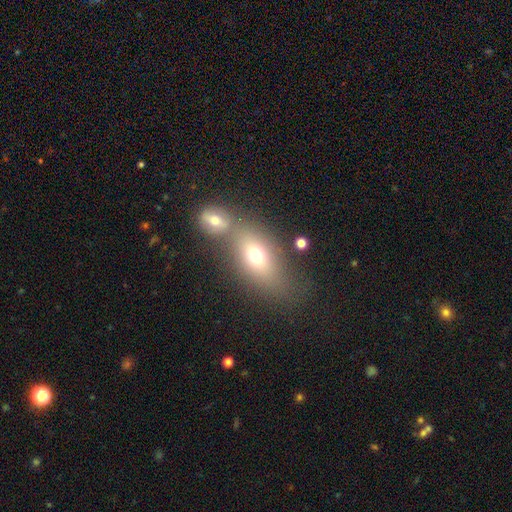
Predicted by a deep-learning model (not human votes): A smooth galaxy with no disk features (68%) that is in between round and cigar-shaped (76%).

Vote fractions:
- Smooth or featured? smooth: 68% / featured or disk: 21% / star or artifact: 12%
- How rounded? in between: 76% / round: 16% / cigar-shaped: 7%
- Merging? none: 45% / merger: 38% / minor disturbance: 12% / major disturbance: 6%